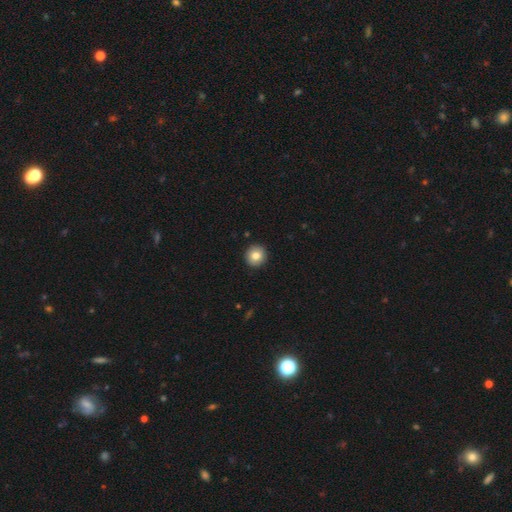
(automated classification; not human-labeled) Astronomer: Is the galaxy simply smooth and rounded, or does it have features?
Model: smooth — 82%.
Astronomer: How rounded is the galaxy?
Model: round — 94%.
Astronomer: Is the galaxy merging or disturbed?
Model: none — 93%.